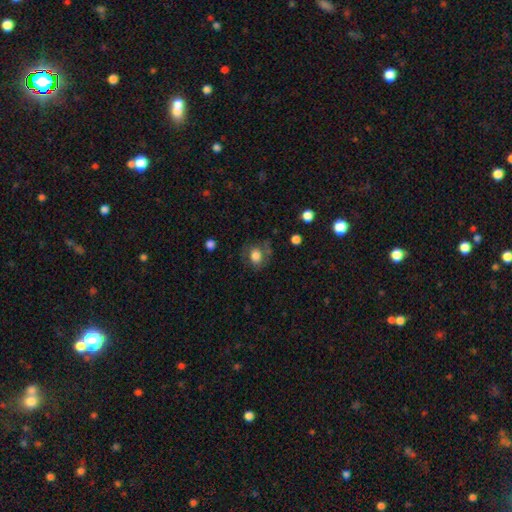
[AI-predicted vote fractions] This appears to be a smooth galaxy with no disk features (75%) that is in between round and cigar-shaped (50%). Merging: none (66%).